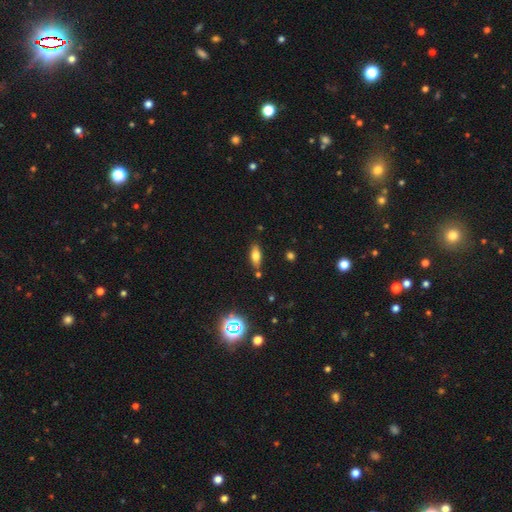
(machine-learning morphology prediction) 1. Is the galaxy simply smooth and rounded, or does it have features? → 73% smooth, 16% featured or disk, 11% star or artifact.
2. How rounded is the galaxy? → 79% in between, 17% cigar-shaped, 3% round.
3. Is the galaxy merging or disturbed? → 80% none, 13% minor disturbance, 4% merger, 3% major disturbance.